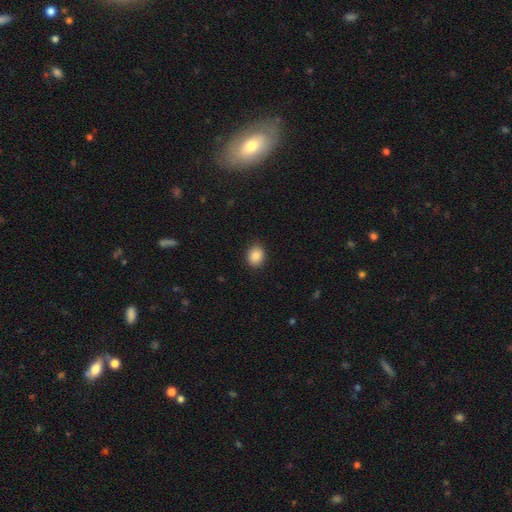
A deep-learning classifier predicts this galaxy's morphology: type=smooth (88%); roundness=round (59%); merging=none (88%).